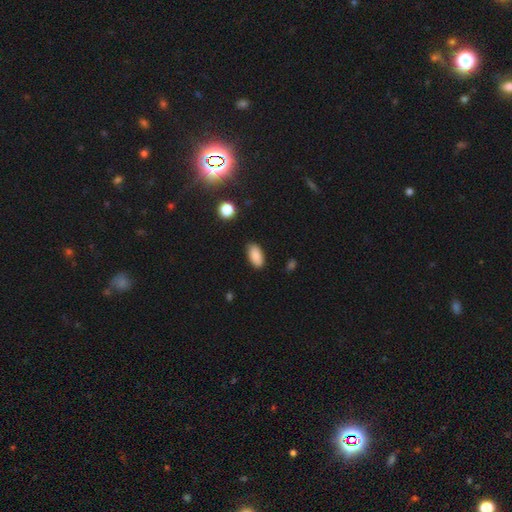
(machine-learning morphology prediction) This appears to be a smooth galaxy with no disk features (88%) that is in between round and cigar-shaped (93%). Merging: none (87%).